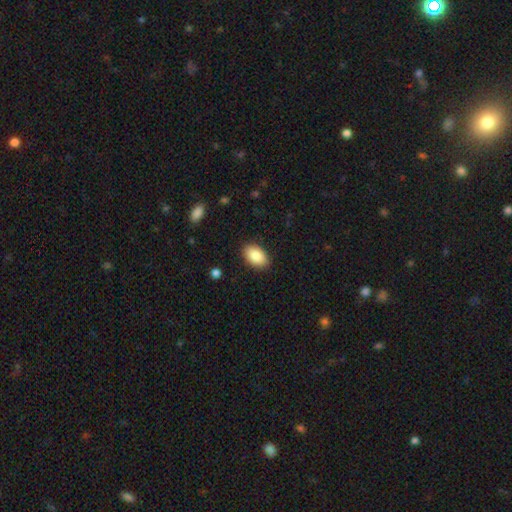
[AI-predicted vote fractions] Smooth or featured? Predicted: smooth (p=0.87). How rounded? Predicted: in between (p=0.92). Merging? Predicted: none (p=0.88).